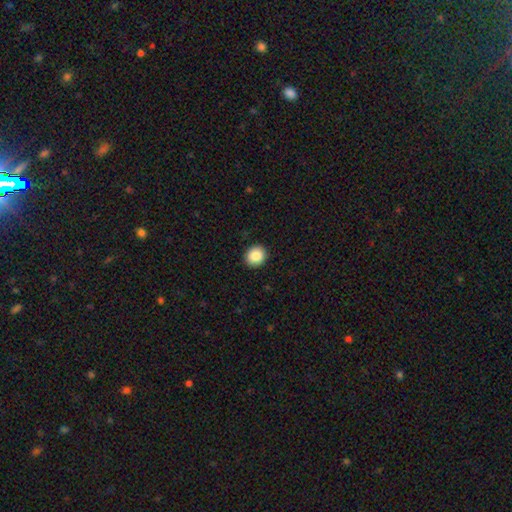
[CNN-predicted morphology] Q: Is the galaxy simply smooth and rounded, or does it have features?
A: smooth — 87%.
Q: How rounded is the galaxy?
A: round — 73%.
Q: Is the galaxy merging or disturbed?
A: none — 92%.